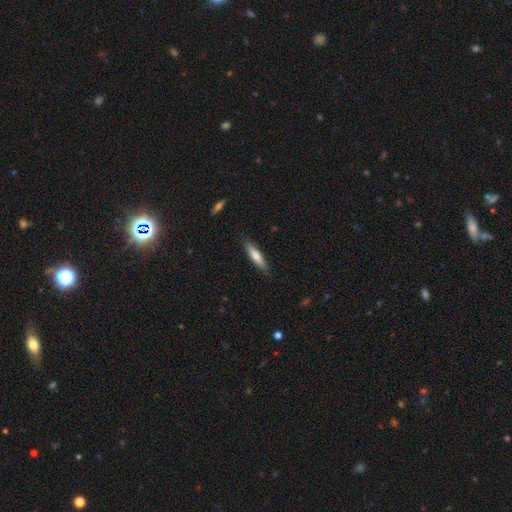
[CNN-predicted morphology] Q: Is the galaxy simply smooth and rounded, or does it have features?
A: smooth — 66%.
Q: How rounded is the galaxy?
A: cigar-shaped — 84%.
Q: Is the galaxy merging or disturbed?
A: none — 86%.